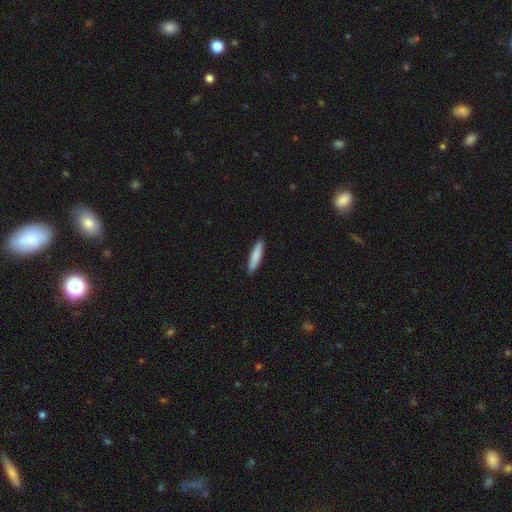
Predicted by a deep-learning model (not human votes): This appears to be a smooth galaxy with no disk features (84%) that is cigar-shaped (86%). Merging: none (91%).